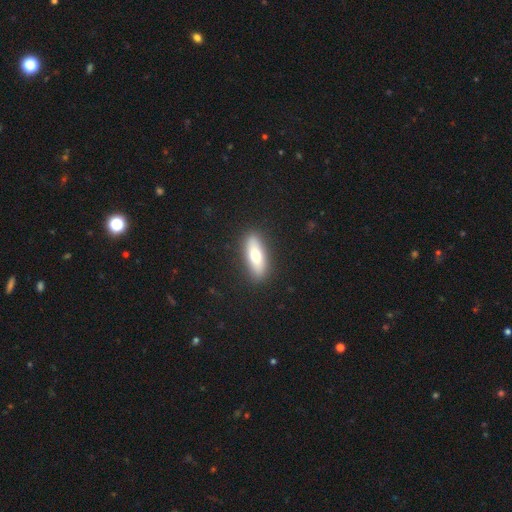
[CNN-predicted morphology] A smooth galaxy with no disk features (66%) that is in between round and cigar-shaped (60%). Merging: none (89%).